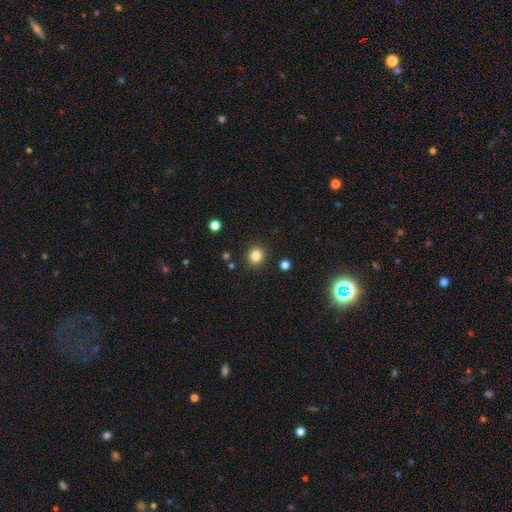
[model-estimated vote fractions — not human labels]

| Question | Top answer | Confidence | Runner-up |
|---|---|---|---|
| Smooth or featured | smooth | 83% | star or artifact (12%) |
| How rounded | round | 85% | in between (14%) |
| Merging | none | 90% | minor disturbance (6%) |